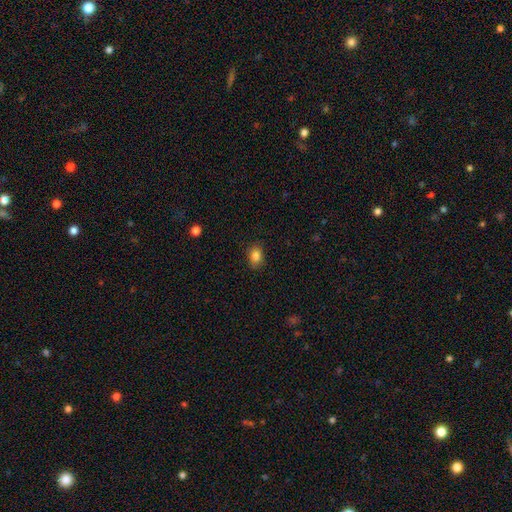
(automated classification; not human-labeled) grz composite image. It shows a smooth galaxy with no disk features (85%) that is in between round and cigar-shaped (68%). Merging: none (86%).